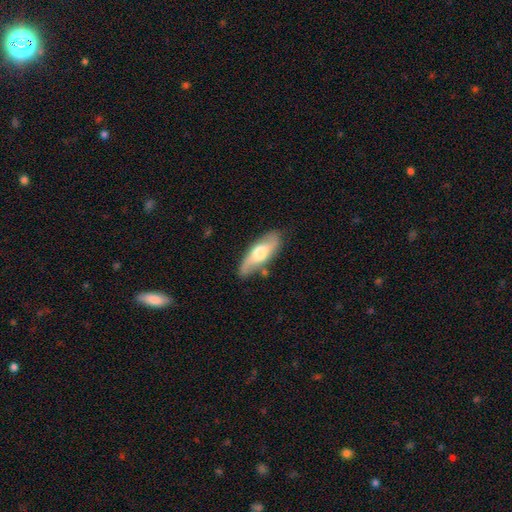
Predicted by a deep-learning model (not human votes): featured or disk 48%, smooth 46%, star or artifact 5%. Down the decision tree: merging — none (76%).